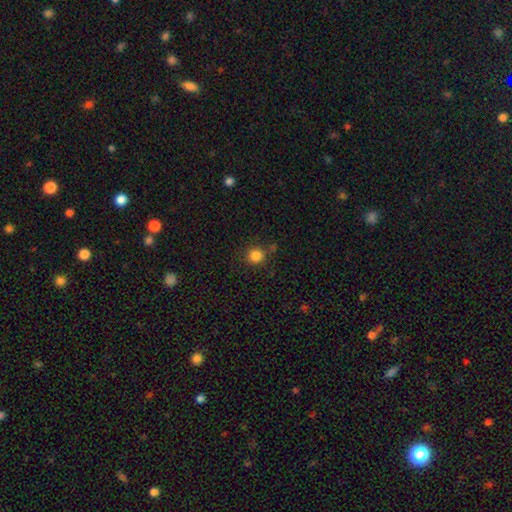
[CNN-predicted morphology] Smooth or featured: smooth — 84% (star or artifact — 12%)
How rounded: round — 92% (in between — 7%)
Merging: none — 83% (minor disturbance — 9%)